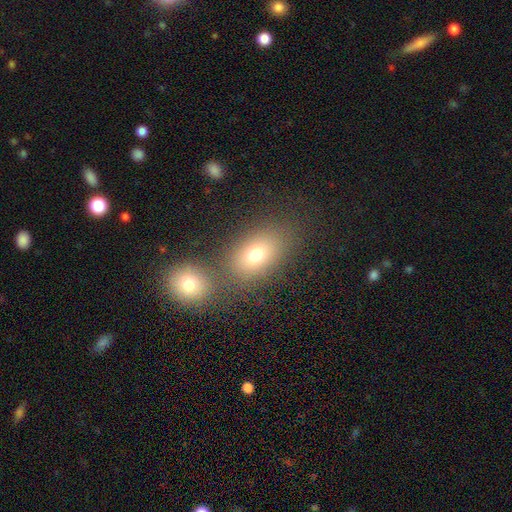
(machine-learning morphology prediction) This appears to be a smooth galaxy with no disk features (72%) that is in between round and cigar-shaped (73%). Merging: none (60%).